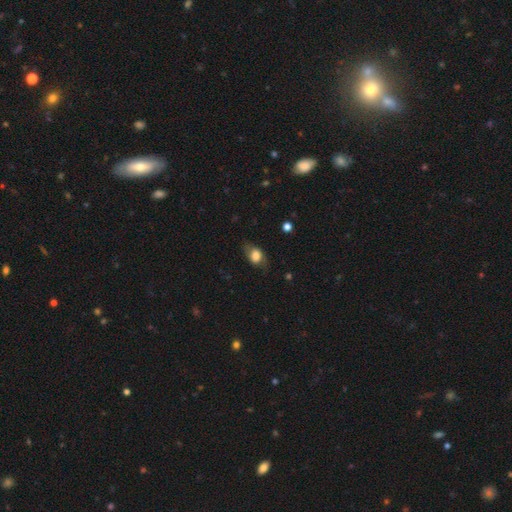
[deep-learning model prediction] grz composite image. It shows a smooth galaxy with no disk features (70%) that is in between round and cigar-shaped (74%). Merging: none (66%).